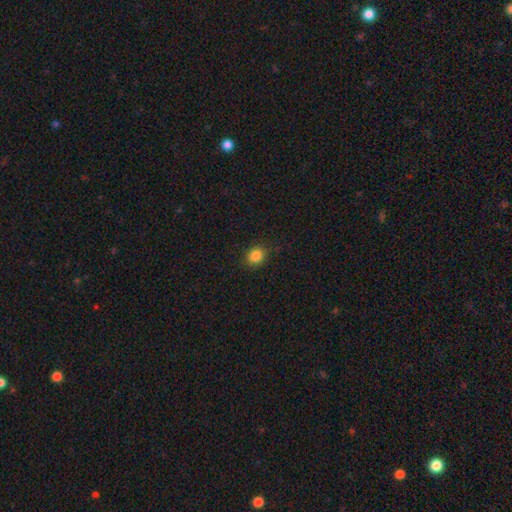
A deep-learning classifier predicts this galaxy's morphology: This is clearly a smooth galaxy (85%). How rounded: likely round (67%). Merging: clearly none (89%).